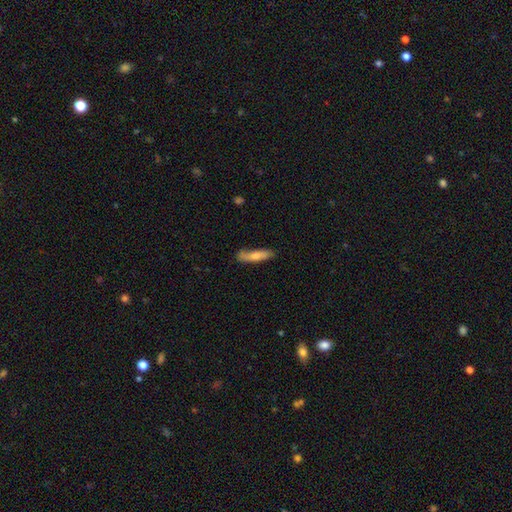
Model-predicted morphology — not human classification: This appears to be a smooth galaxy with no disk features (71%) that is cigar-shaped (76%). Merging: none (71%).